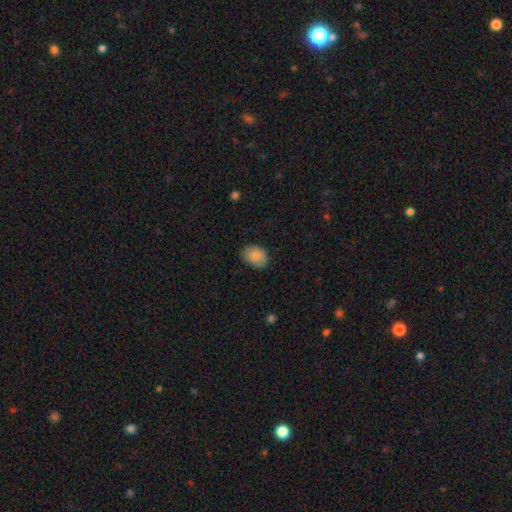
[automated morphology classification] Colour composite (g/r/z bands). It shows a smooth galaxy with no disk features (87%) that is in between round and cigar-shaped (76%). Merging: none (82%).